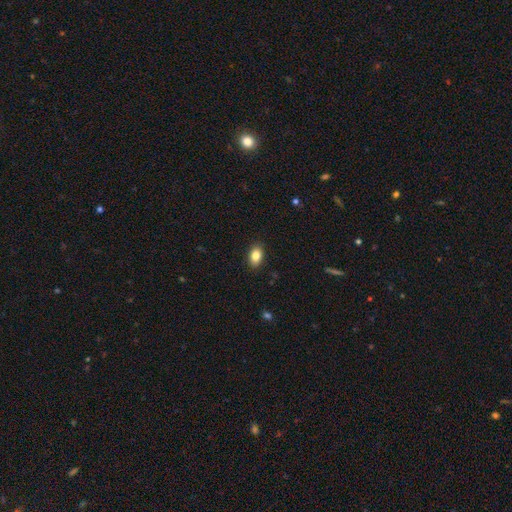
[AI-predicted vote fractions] Smooth or featured?
  - smooth: 84% *
  - star or artifact: 8%
  - featured or disk: 8%
How rounded?
  - in between: 86% *
  - round: 13%
  - cigar-shaped: 1%
Merging?
  - none: 88% *
  - minor disturbance: 9%
  - major disturbance: 2%
  - merger: 1%